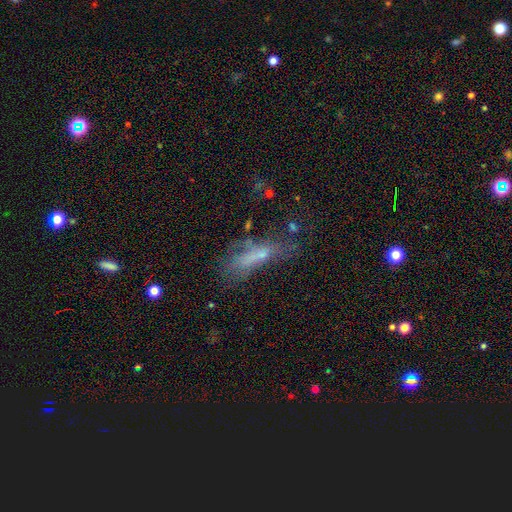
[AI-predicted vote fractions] Morphology: type=smooth (47%); merging=none (38%).